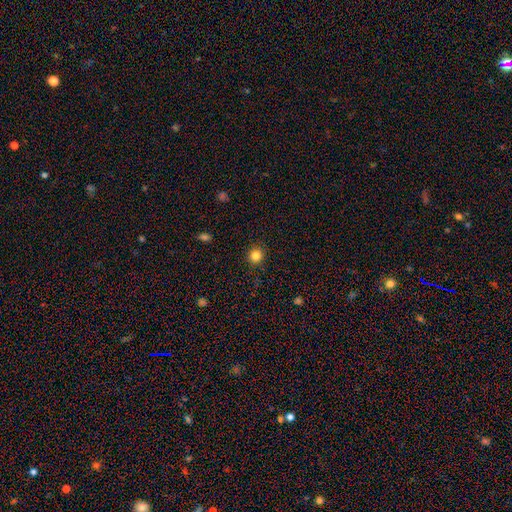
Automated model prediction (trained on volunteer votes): smooth 83%, star or artifact 12%, featured or disk 5%. Down the decision tree: how rounded — round (91%); merging — none (92%).